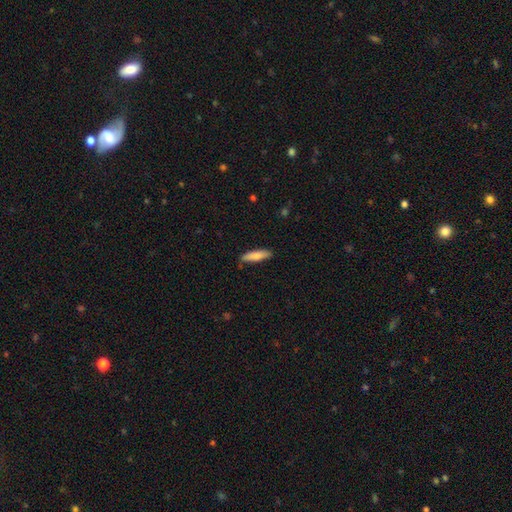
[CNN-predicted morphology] Smooth or featured?
  - smooth: 80% *
  - featured or disk: 14%
  - star or artifact: 6%
How rounded?
  - cigar-shaped: 74% *
  - in between: 25%
  - round: 1%
Merging?
  - none: 83% *
  - minor disturbance: 13%
  - major disturbance: 2%
  - merger: 2%